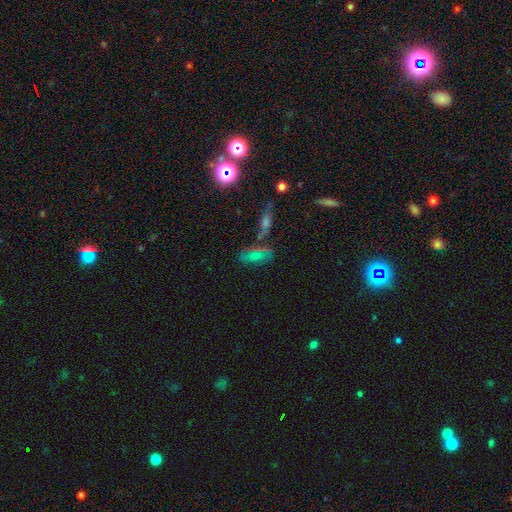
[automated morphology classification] A smooth galaxy with no disk features (48%). Merging: none (56%).